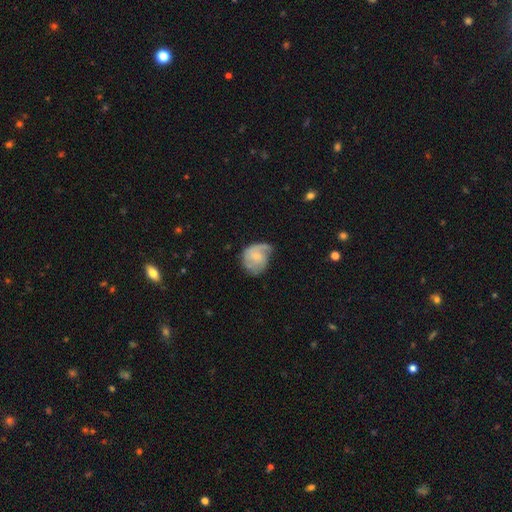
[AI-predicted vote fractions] Q: Smooth or featured?
A: featured or disk (58%); runner-up: smooth (35%)
Q: Edge-on disk?
A: no (98%); runner-up: yes (2%)
Q: Bar?
A: no (66%); runner-up: weak (30%)
Q: Spiral arms?
A: yes (83%); runner-up: no (17%)
Q: Bulge size?
A: small (64%); runner-up: moderate (23%)
Q: Merging?
A: none (42%); runner-up: minor disturbance (33%)